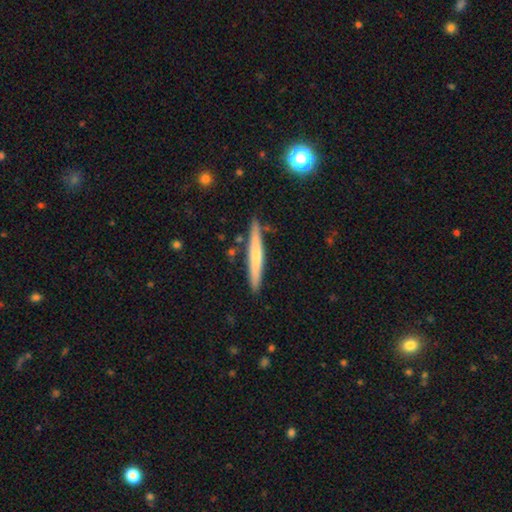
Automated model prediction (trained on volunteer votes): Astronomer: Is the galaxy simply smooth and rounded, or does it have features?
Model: smooth — 54% (runner-up: featured or disk, 40%).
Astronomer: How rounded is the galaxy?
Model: cigar-shaped — 96%.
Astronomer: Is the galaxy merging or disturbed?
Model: none — 86%.